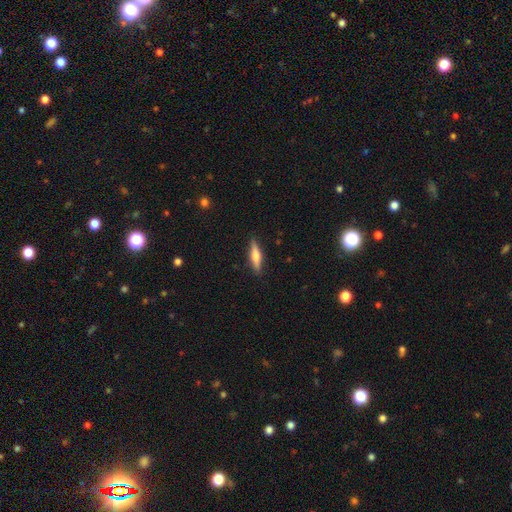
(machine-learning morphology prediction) smooth_or_featured: smooth (p=0.54) [alt: featured or disk p=0.41]
how_rounded: cigar-shaped (p=0.76) [alt: in between p=0.22]
merging: none (p=0.88) [alt: minor disturbance p=0.09]